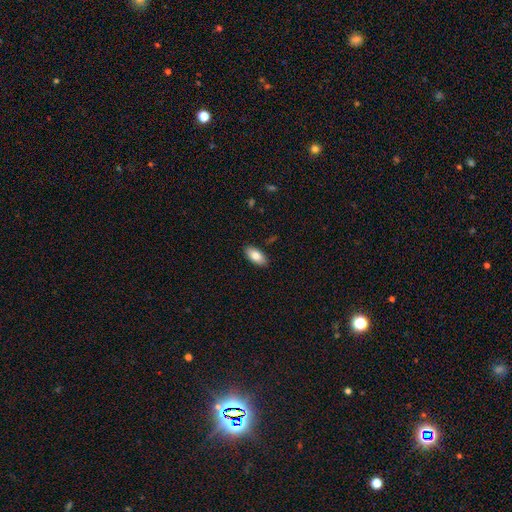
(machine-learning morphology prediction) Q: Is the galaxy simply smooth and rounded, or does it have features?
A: smooth — 82%.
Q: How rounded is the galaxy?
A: in between — 92%.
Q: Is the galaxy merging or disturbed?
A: none — 88%.